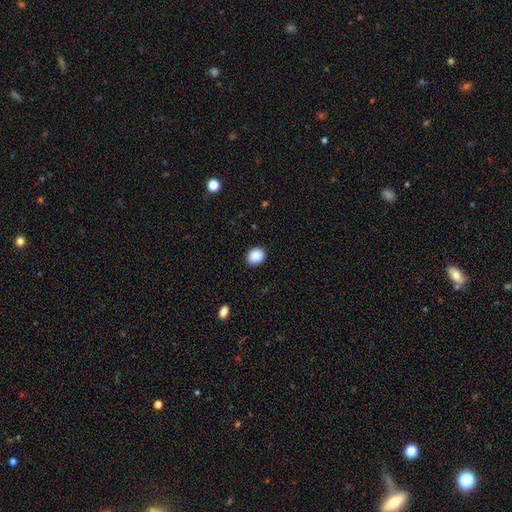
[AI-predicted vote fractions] Smooth or featured? smooth (89%)
How rounded? round (68%)
Merging? none (90%)